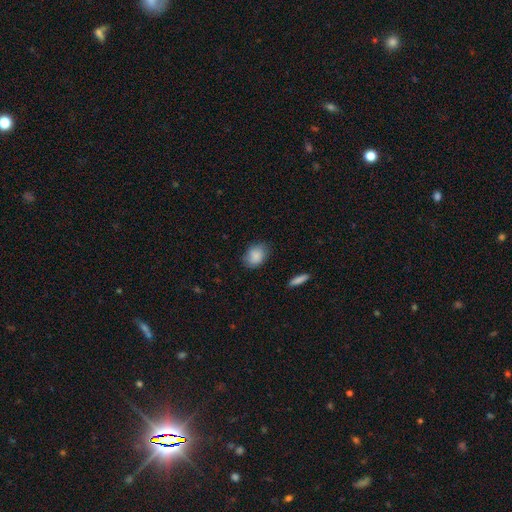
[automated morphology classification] Smooth or featured?
  - smooth: 86% *
  - star or artifact: 7%
  - featured or disk: 6%
How rounded?
  - in between: 65% *
  - round: 34%
  - cigar-shaped: 1%
Merging?
  - none: 79% *
  - minor disturbance: 16%
  - major disturbance: 3%
  - merger: 1%